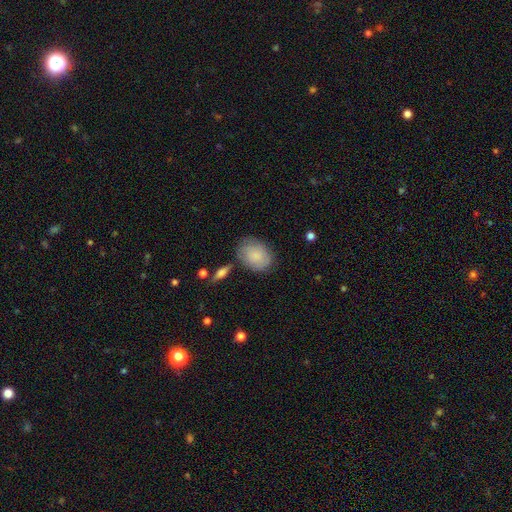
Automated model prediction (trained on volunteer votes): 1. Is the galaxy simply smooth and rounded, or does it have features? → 78% smooth, 15% featured or disk, 6% star or artifact.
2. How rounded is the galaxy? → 71% in between, 28% round, 1% cigar-shaped.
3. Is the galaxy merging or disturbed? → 71% none, 20% minor disturbance, 5% major disturbance, 5% merger.